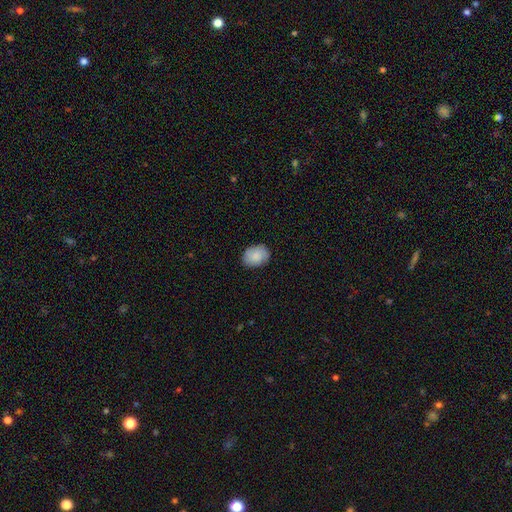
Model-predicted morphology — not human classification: type=smooth (86%); roundness=in between (72%); merging=none (84%).